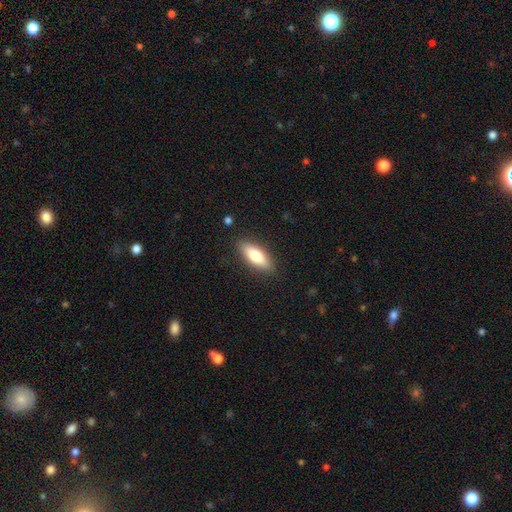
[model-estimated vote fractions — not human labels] A smooth galaxy with no disk features (74%) that is in between round and cigar-shaped (65%). Merging: none (86%).